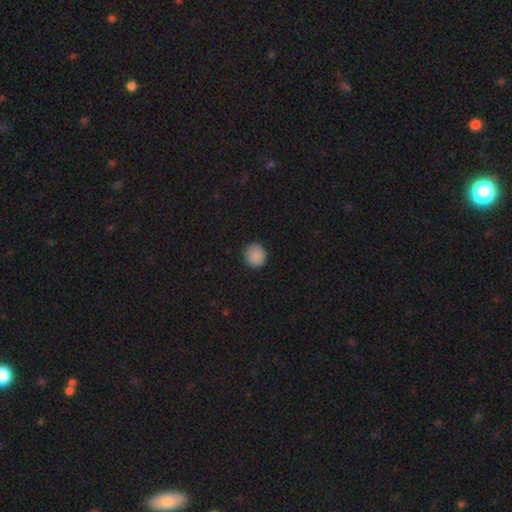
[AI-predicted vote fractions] smooth 89%, star or artifact 8%, featured or disk 3%. Down the decision tree: how rounded — round (91%); merging — none (91%).